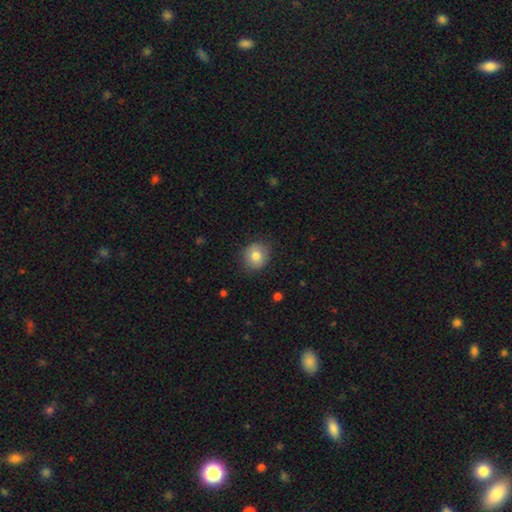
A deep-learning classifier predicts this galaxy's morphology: Smooth or featured?
  - smooth: 80% *
  - featured or disk: 12%
  - star or artifact: 9%
How rounded?
  - round: 78% *
  - in between: 21%
  - cigar-shaped: 1%
Merging?
  - none: 85% *
  - minor disturbance: 12%
  - major disturbance: 3%
  - merger: 1%